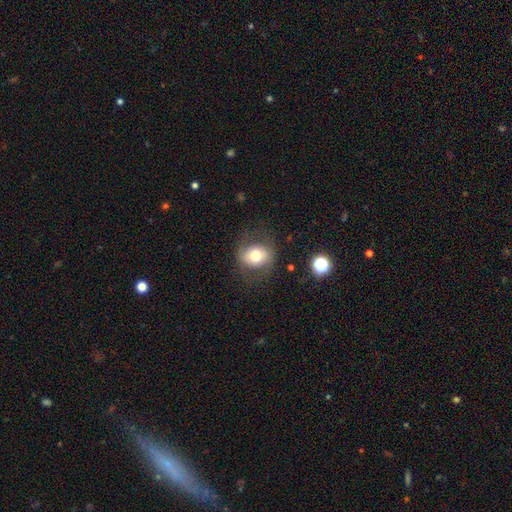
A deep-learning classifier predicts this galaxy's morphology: Smooth or featured?
  - smooth: 66% *
  - featured or disk: 25%
  - star or artifact: 9%
How rounded?
  - round: 59% *
  - in between: 40%
  - cigar-shaped: 1%
Merging?
  - none: 72% *
  - minor disturbance: 16%
  - major disturbance: 10%
  - merger: 2%